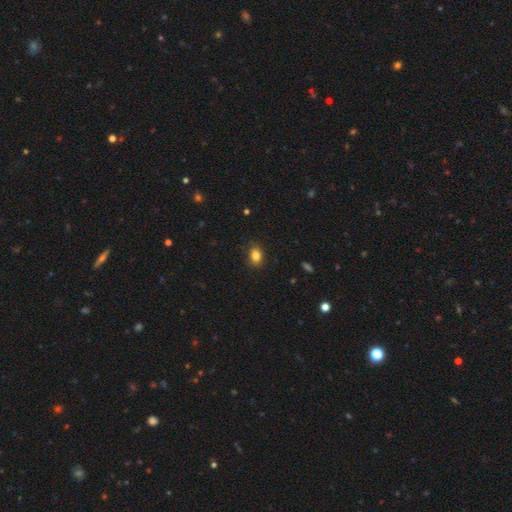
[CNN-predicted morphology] smooth-or-featured: smooth: 84% | star or artifact: 10% | featured or disk: 6%
  how-rounded: in between: 71% | round: 28% | cigar-shaped: 1%
  merging: none: 83% | minor disturbance: 13% | major disturbance: 3% | merger: 1%